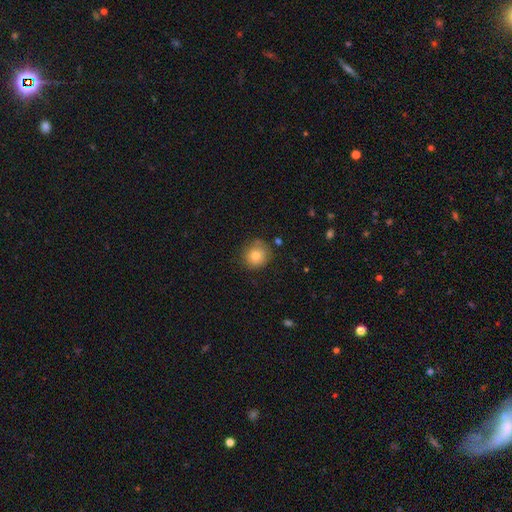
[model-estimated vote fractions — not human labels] smooth_or_featured: smooth (p=0.78) [alt: featured or disk p=0.12]
how_rounded: round (p=0.90) [alt: in between p=0.09]
merging: none (p=0.78) [alt: minor disturbance p=0.16]